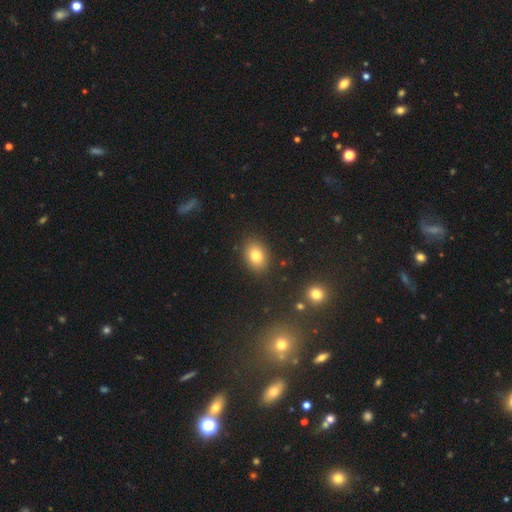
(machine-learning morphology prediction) type=smooth (80%); roundness=in between (70%); merging=none (86%).